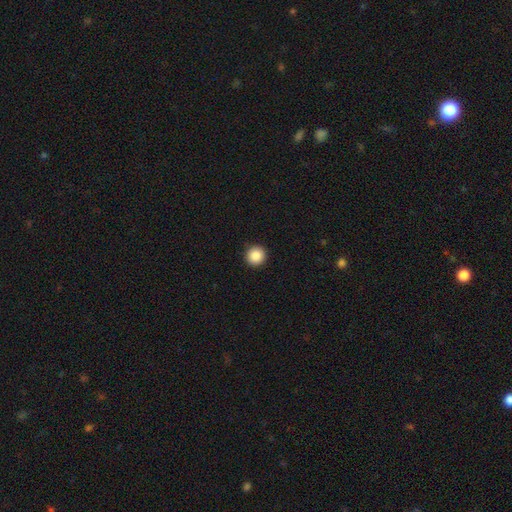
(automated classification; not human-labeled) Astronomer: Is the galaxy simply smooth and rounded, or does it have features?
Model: smooth — 87%.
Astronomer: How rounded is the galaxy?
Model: round — 95%.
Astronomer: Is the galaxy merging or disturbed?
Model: none — 93%.